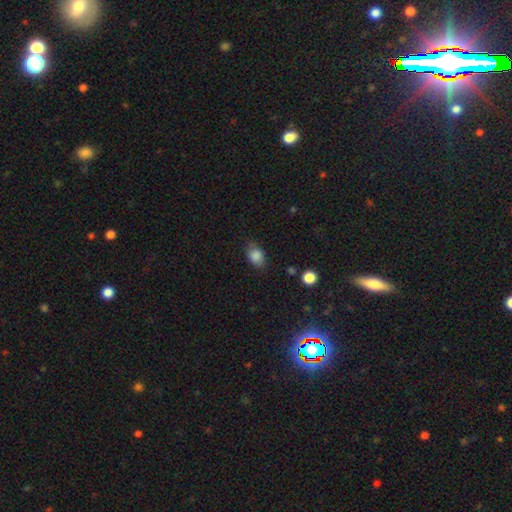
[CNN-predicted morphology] A smooth galaxy with no disk features (85%) that is in between round and cigar-shaped (70%). Merging: none (71%).